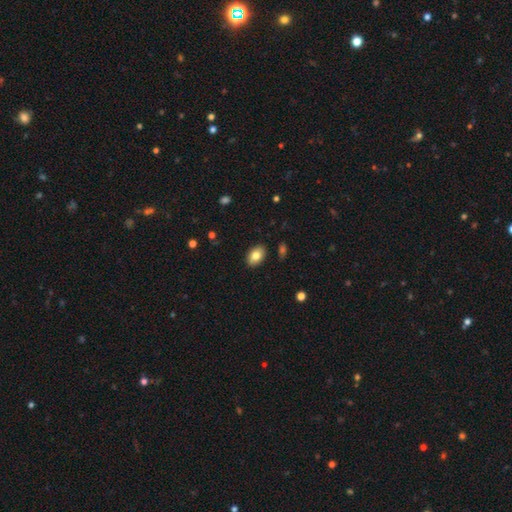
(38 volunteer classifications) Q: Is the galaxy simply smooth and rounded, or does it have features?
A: smooth — 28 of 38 (74%).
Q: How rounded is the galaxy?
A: in between — 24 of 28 (86%).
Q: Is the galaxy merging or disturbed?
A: none — 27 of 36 (75%).